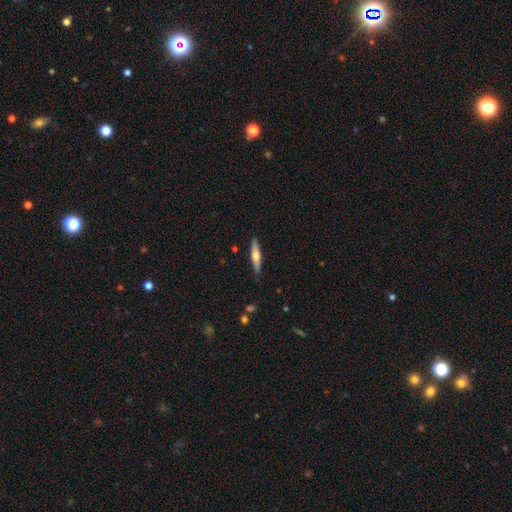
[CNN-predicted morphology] This is possibly a featured or disk galaxy (54%). It is clearly viewed edge-on (96%). Edge-on bulge: clearly rounded (89%). Merging: clearly none (87%).